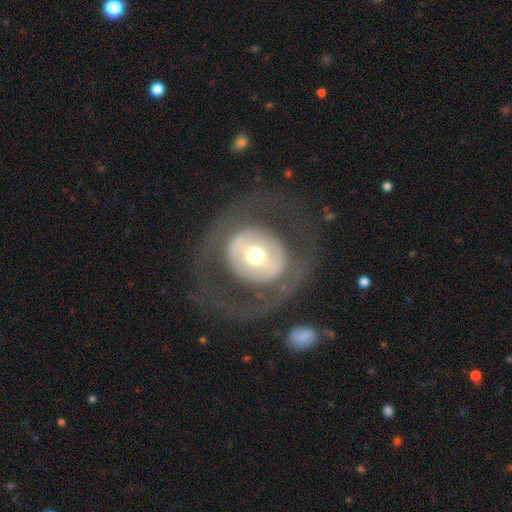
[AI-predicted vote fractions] Smooth or featured?
  - featured or disk: 62% *
  - smooth: 32%
  - star or artifact: 6%
Edge-on disk?
  - no: 94% *
  - yes: 6%
Bar?
  - no: 56% *
  - weak: 23%
  - strong: 21%
Spiral arms?
  - no: 82% *
  - yes: 18%
Bulge size?
  - moderate: 62% *
  - small: 19%
  - large: 15%
  - dominant: 2%
  - none: 1%
Merging?
  - none: 74% *
  - major disturbance: 14%
  - minor disturbance: 10%
  - merger: 2%